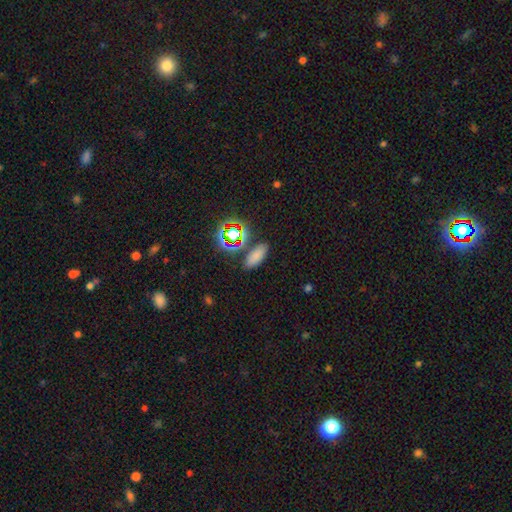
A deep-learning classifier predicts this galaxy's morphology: Overall: smooth (71%). How rounded: in between (80%). Merging: none (79%).